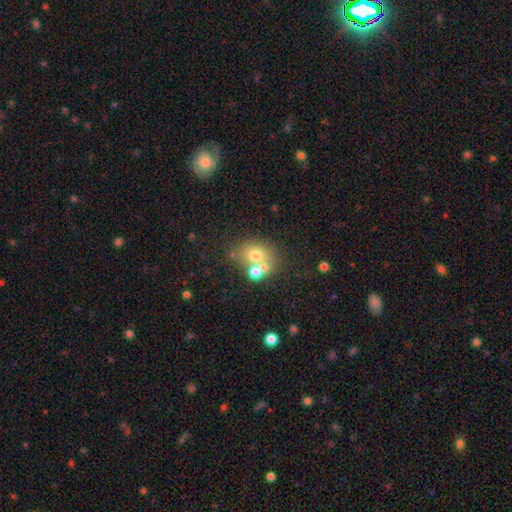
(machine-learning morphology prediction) Overall: smooth (63%; featured or disk 23%). How rounded: round (62%; in between 37%). Merging: merger (45%; none 40%).